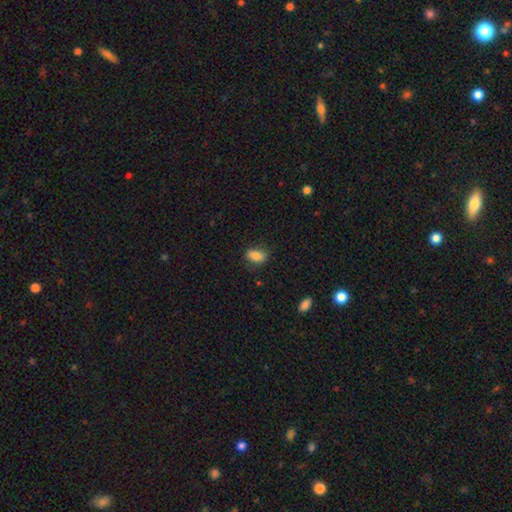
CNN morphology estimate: Smooth or featured?
  - smooth: 84% *
  - star or artifact: 8%
  - featured or disk: 8%
How rounded?
  - in between: 88% *
  - round: 7%
  - cigar-shaped: 4%
Merging?
  - none: 78% *
  - minor disturbance: 17%
  - major disturbance: 4%
  - merger: 1%